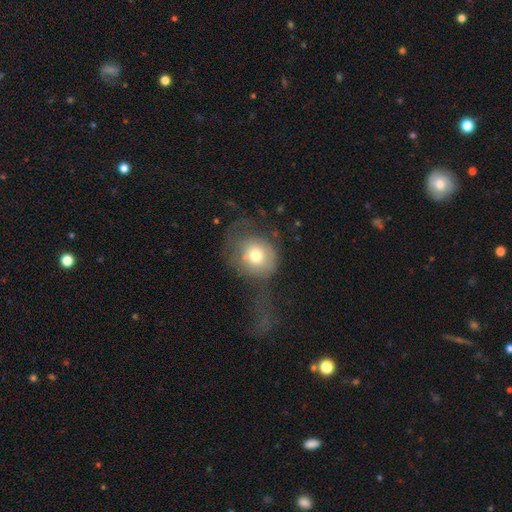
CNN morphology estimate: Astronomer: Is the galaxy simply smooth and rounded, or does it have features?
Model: smooth — 65%.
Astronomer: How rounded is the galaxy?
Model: round — 74%.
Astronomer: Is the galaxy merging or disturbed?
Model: major disturbance — 48% (runner-up: none, 28%).